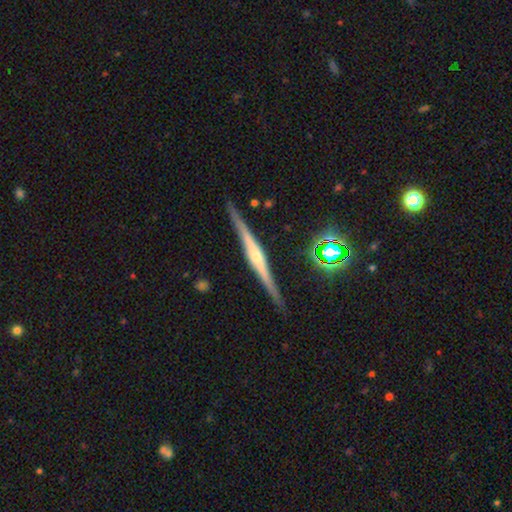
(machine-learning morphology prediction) Overall: featured or disk (84%). Edge-on disk: yes (98%). Edge-on bulge: rounded (75%). Merging: none (91%).